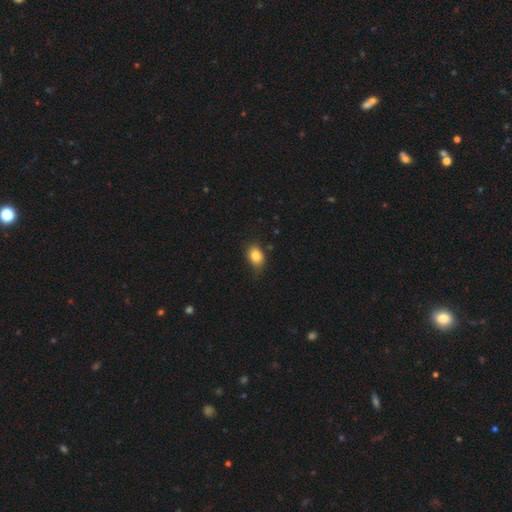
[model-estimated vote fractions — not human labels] smooth 82%, star or artifact 10%, featured or disk 8%. Down the decision tree: how rounded — in between (69%); merging — none (67%).